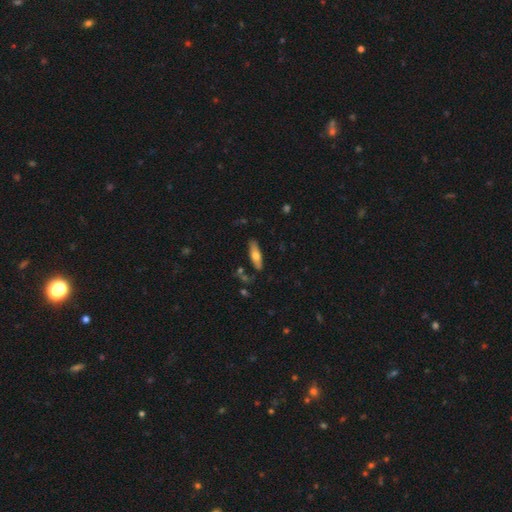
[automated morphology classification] smooth-or-featured: smooth: 60% | featured or disk: 34% | star or artifact: 6%
  how-rounded: cigar-shaped: 56% | in between: 42% | round: 2%
  merging: none: 83% | minor disturbance: 12% | merger: 3% | major disturbance: 3%